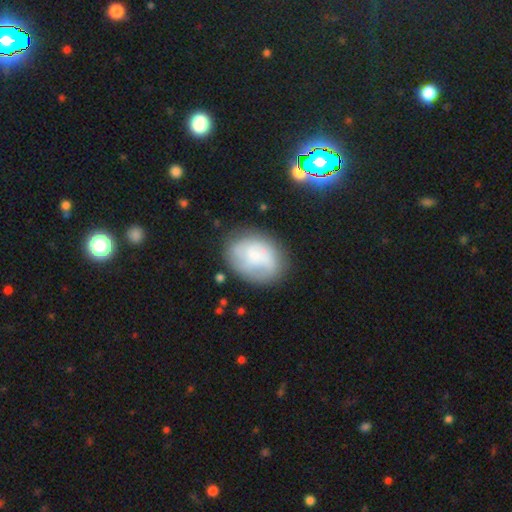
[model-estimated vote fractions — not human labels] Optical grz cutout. It shows a smooth galaxy with no disk features (55%) that is in between round and cigar-shaped (66%). Merging: none (63%).